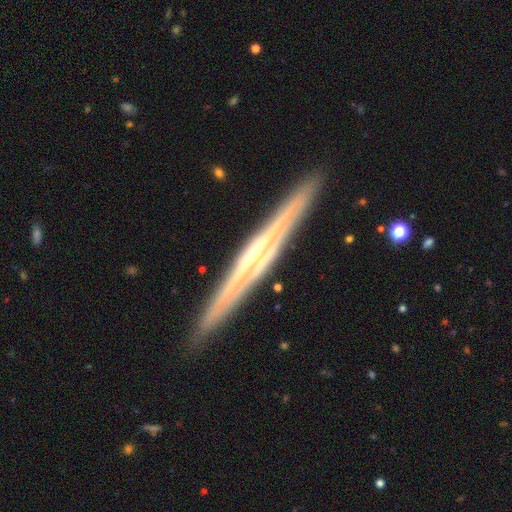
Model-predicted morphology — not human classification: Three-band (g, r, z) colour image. It shows a featured or disk galaxy (86%) viewed edge-on (97%) with a rounded central bulge (60%). Merging: none (90%).